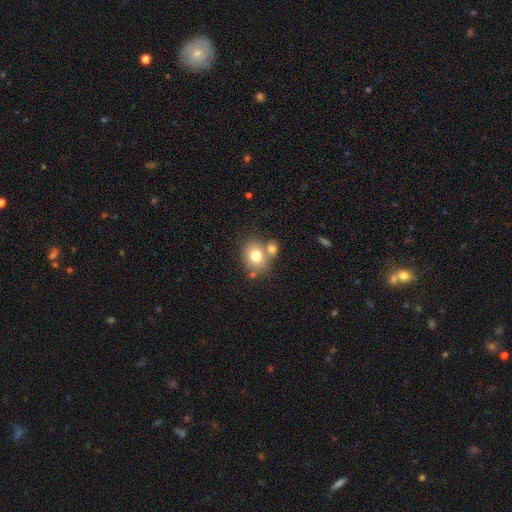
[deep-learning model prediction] Morphology: type=smooth (75%); roundness=round (61%); merging=none (54%).